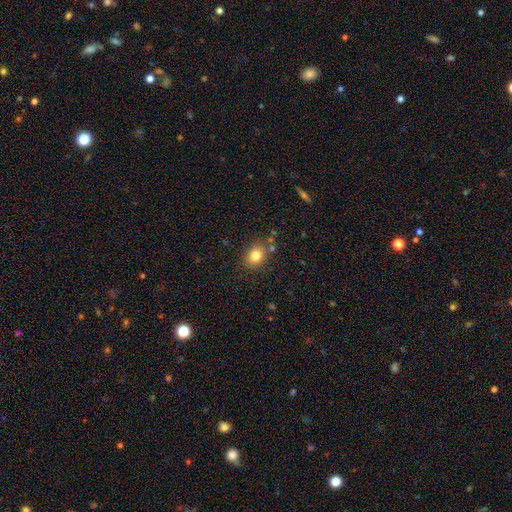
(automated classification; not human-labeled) Overall: smooth (81%). How rounded: in between (50%; round 49%). Merging: none (79%).